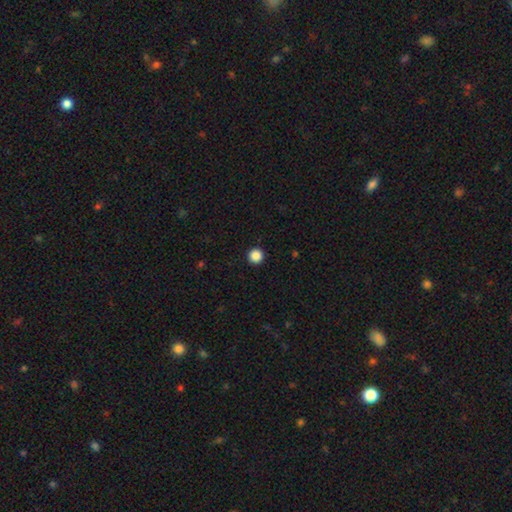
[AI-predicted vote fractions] smooth 88%, star or artifact 10%, featured or disk 2%. Down the decision tree: how rounded — round (97%); merging — none (94%).